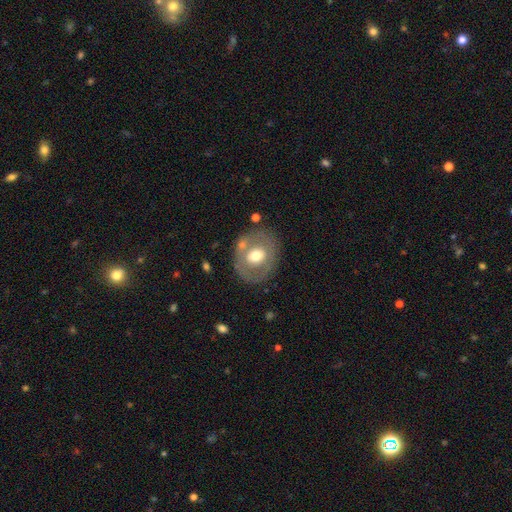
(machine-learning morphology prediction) A smooth galaxy with no disk features (49%). Merging: none (74%).